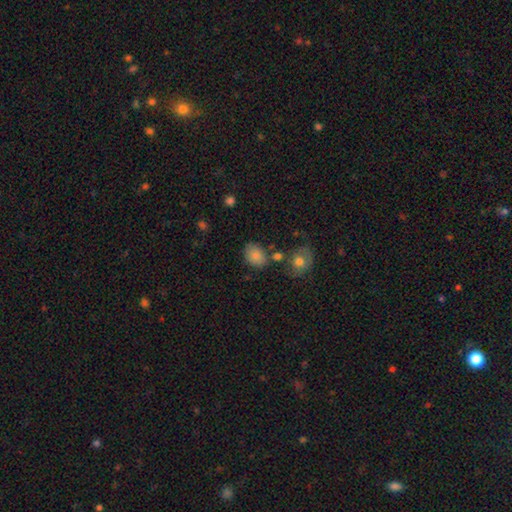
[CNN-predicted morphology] smooth-or-featured: smooth: 84% | star or artifact: 9% | featured or disk: 7%
  how-rounded: in between: 64% | round: 35% | cigar-shaped: 1%
  merging: none: 68% | minor disturbance: 18% | merger: 10% | major disturbance: 5%